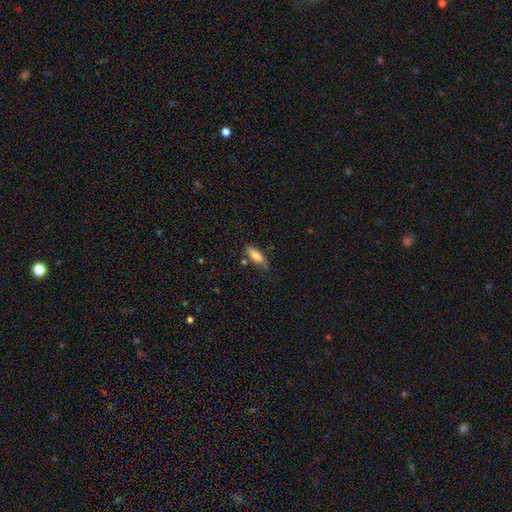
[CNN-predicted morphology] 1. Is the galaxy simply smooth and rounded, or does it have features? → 78% smooth, 15% featured or disk, 7% star or artifact.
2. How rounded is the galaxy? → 61% in between, 37% cigar-shaped, 2% round.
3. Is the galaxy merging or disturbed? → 70% none, 20% minor disturbance, 5% merger, 4% major disturbance.